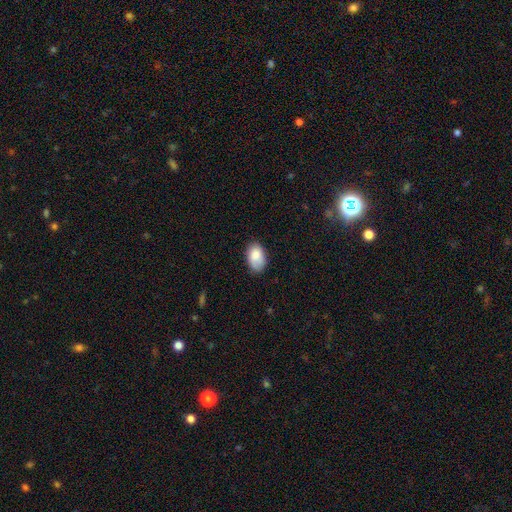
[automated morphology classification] This appears to be a smooth galaxy with no disk features (84%) that is in between round and cigar-shaped (90%). Merging: none (70%).